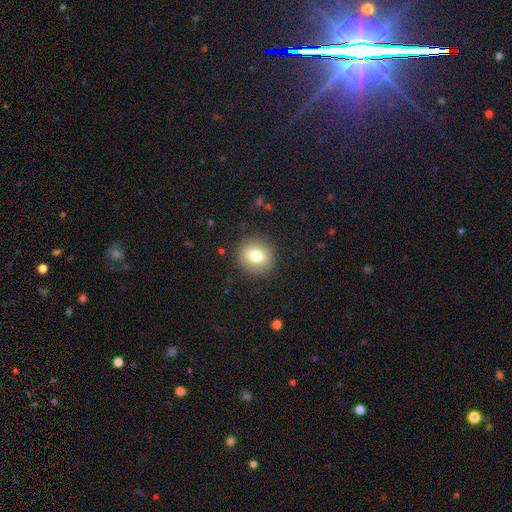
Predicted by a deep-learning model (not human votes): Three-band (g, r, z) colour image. It shows a smooth galaxy with no disk features (75%) that is round (81%). Merging: none (89%).